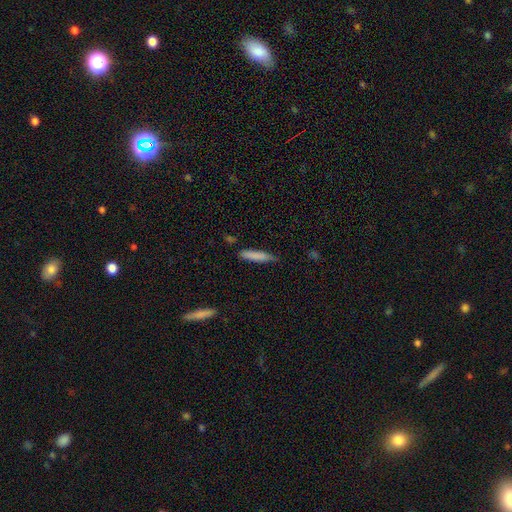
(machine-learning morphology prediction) A smooth galaxy with no disk features (82%) that is cigar-shaped (86%).

Vote fractions:
- Smooth or featured? smooth: 82% / featured or disk: 11% / star or artifact: 6%
- How rounded? cigar-shaped: 86% / in between: 13% / round: 1%
- Merging? none: 72% / minor disturbance: 22% / major disturbance: 3% / merger: 2%